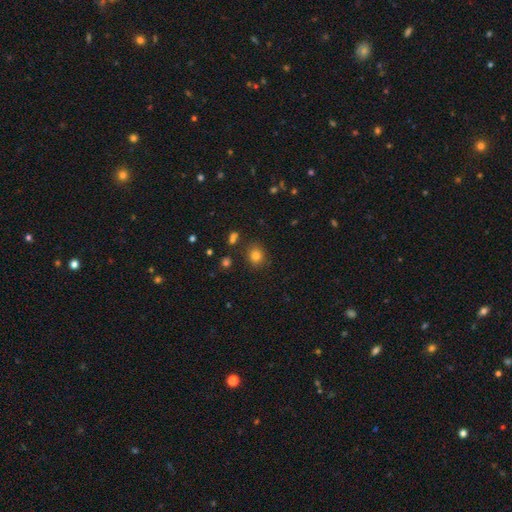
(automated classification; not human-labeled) A smooth galaxy with no disk features (80%) that is round (74%). Merging: none (84%).